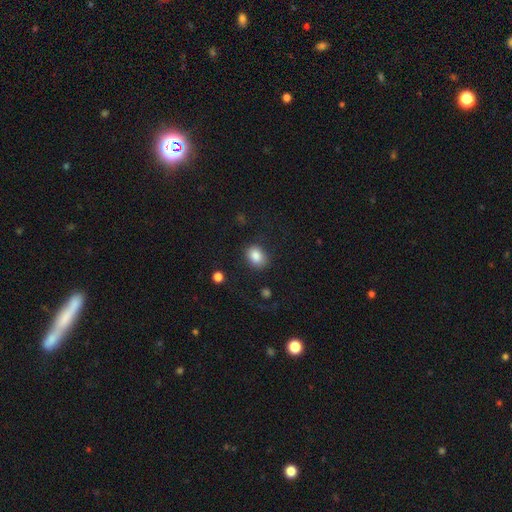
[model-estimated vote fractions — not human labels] A smooth galaxy with no disk features (86%) that is in between round and cigar-shaped (64%). Merging: none (80%).